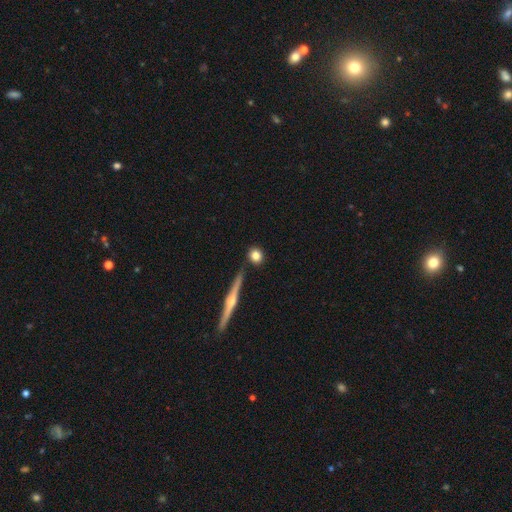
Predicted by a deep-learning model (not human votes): Q: Smooth or featured?
A: smooth (80%); runner-up: featured or disk (12%)
Q: How rounded?
A: round (85%); runner-up: in between (11%)
Q: Merging?
A: none (81%); runner-up: minor disturbance (9%)